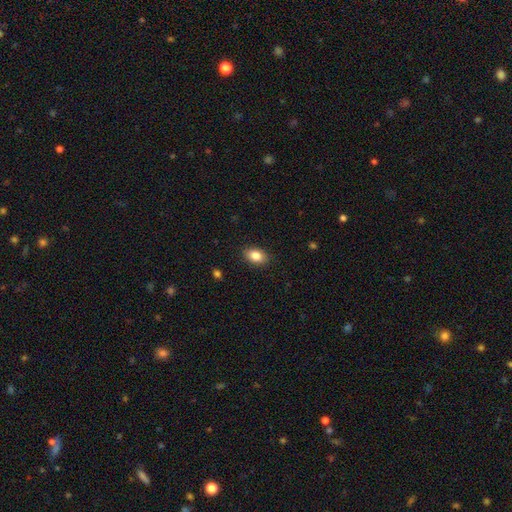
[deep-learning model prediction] This is clearly a smooth galaxy (85%). How rounded: clearly in between (85%). Merging: clearly none (88%).